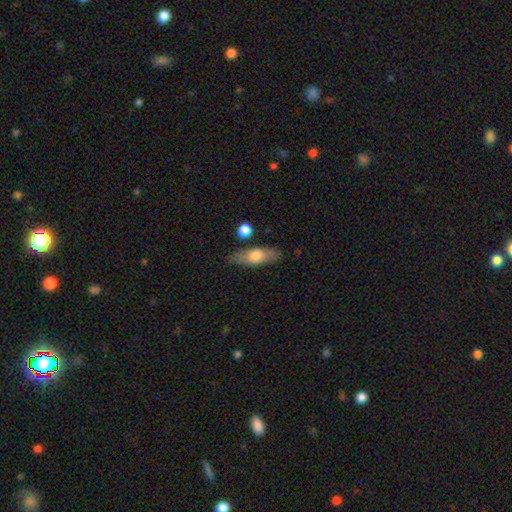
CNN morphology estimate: A smooth galaxy with no disk features (65%) that is in between round and cigar-shaped (61%). Merging: none (75%).